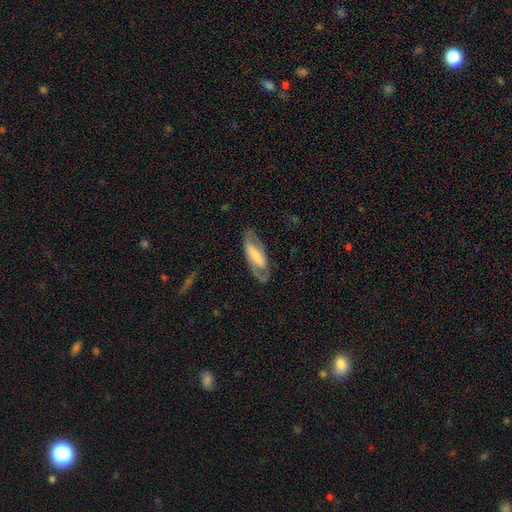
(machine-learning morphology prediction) Smooth or featured: featured or disk — 64% (smooth — 30%)
Edge-on disk: no — 85% (yes — 15%)
Bar: strong — 53% (weak — 29%)
Spiral arms: yes — 73% (no — 27%)
Bulge size: small — 40% (moderate — 35%)
Merging: none — 70% (minor disturbance — 18%)